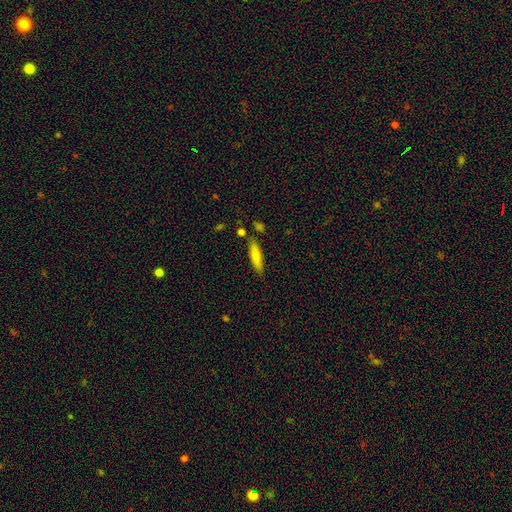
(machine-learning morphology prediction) Smooth or featured? Predicted: smooth (p=0.72). How rounded? Predicted: cigar-shaped (p=0.77). Merging? Predicted: none (p=0.80).